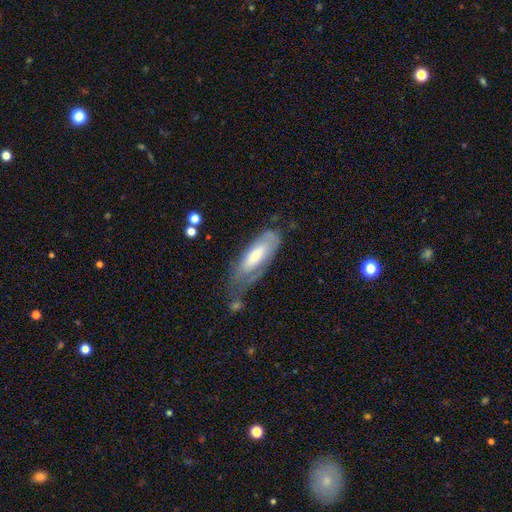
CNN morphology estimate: The model was most divided on "merging": none: 40%, minor disturbance: 31%, major disturbance: 24%, merger: 5%. More confident: how rounded — in between (67%); smooth or featured — smooth (53%).